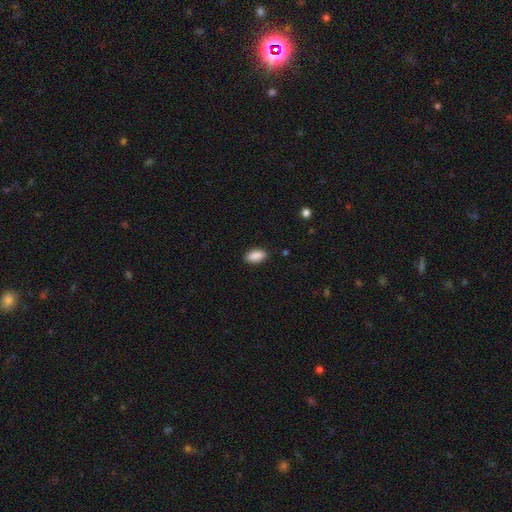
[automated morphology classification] Smooth or featured?
  - smooth: 90% *
  - star or artifact: 7%
  - featured or disk: 3%
How rounded?
  - in between: 92% *
  - cigar-shaped: 4%
  - round: 3%
Merging?
  - none: 88% *
  - minor disturbance: 8%
  - major disturbance: 2%
  - merger: 1%